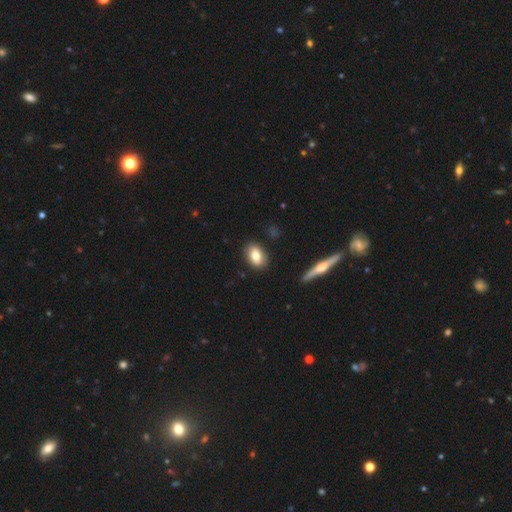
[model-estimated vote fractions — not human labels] Smooth or featured?
  - smooth: 79% *
  - featured or disk: 14%
  - star or artifact: 7%
How rounded?
  - in between: 87% *
  - round: 10%
  - cigar-shaped: 3%
Merging?
  - none: 86% *
  - minor disturbance: 10%
  - major disturbance: 2%
  - merger: 2%